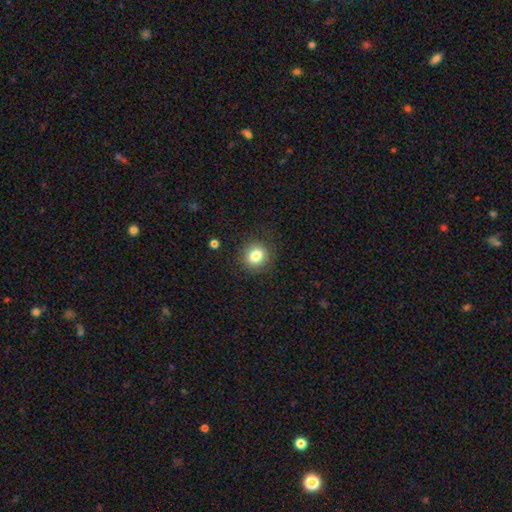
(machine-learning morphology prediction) This appears to be a smooth galaxy with no disk features (81%) that is round (82%). Merging: none (88%).